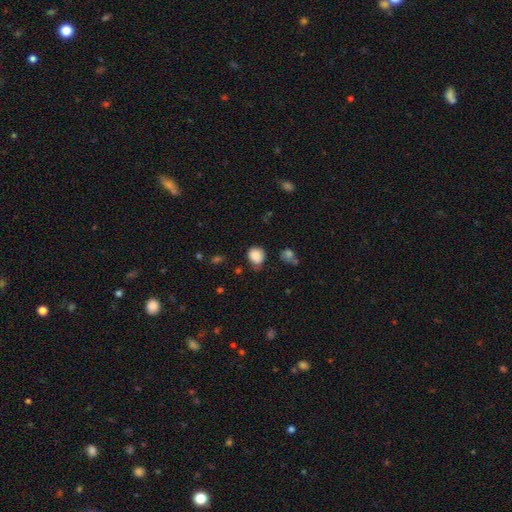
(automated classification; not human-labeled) smooth_or_featured: smooth (p=0.85) [alt: star or artifact p=0.10]
how_rounded: round (p=0.66) [alt: in between p=0.33]
merging: none (p=0.57) [alt: minor disturbance p=0.31]